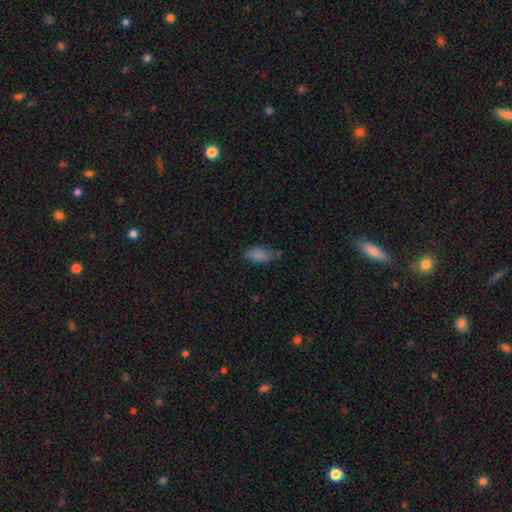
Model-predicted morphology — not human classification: A smooth galaxy with no disk features (75%) that is in between round and cigar-shaped (89%). Merging: none (59%).